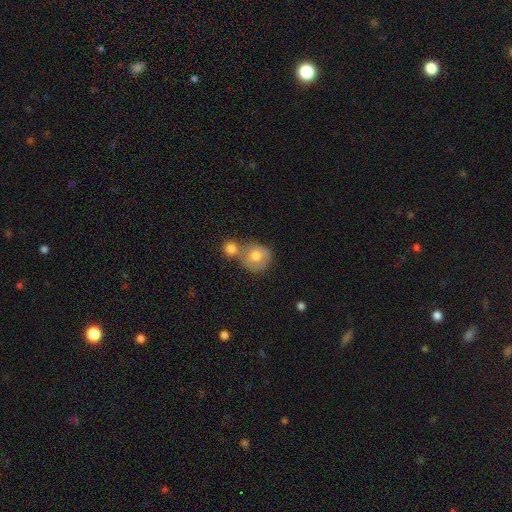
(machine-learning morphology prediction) This appears to be a smooth galaxy with no disk features (63%) that is round (83%). Merging: merger (48%).